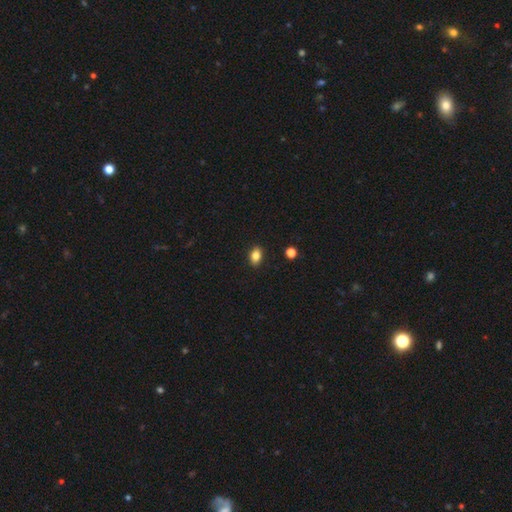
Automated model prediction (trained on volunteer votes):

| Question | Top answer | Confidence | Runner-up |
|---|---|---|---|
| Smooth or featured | smooth | 83% | star or artifact (9%) |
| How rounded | in between | 83% | round (15%) |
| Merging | none | 89% | minor disturbance (8%) |